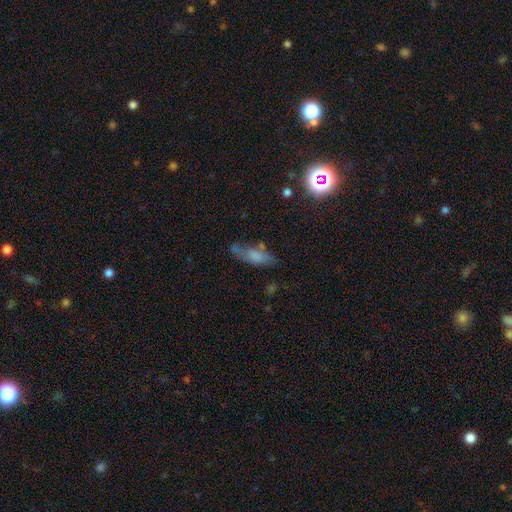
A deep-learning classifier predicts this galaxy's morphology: This is likely a smooth galaxy (64%). How rounded: likely in between (62%). Merging: possibly none (48%).